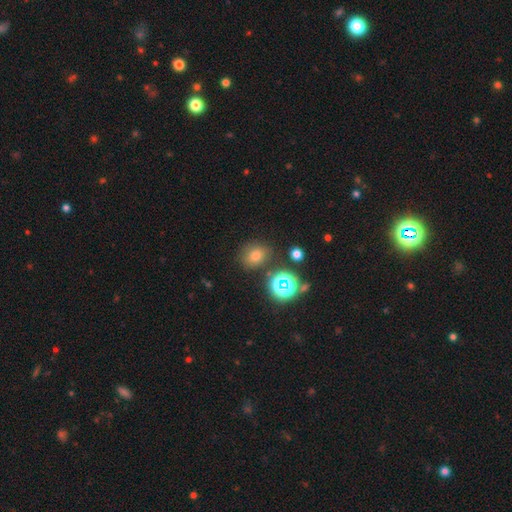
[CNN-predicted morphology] smooth-or-featured: smooth: 66% | star or artifact: 25% | featured or disk: 10%
  how-rounded: round: 62% | in between: 37% | cigar-shaped: 1%
  merging: none: 79% | minor disturbance: 12% | merger: 5% | major disturbance: 4%